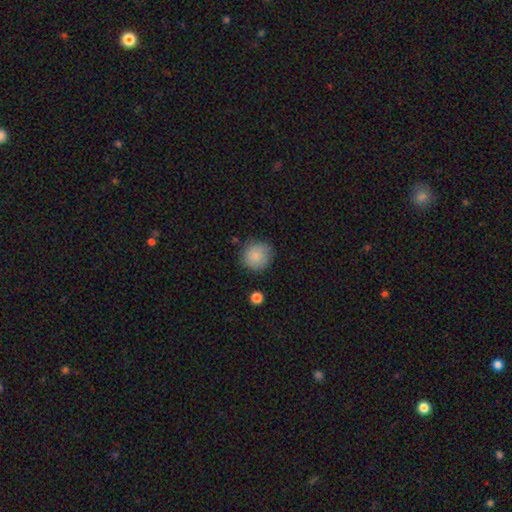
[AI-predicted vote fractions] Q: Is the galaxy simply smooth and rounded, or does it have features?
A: smooth — 85%.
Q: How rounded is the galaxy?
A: round — 88%.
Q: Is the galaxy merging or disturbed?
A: none — 80%.